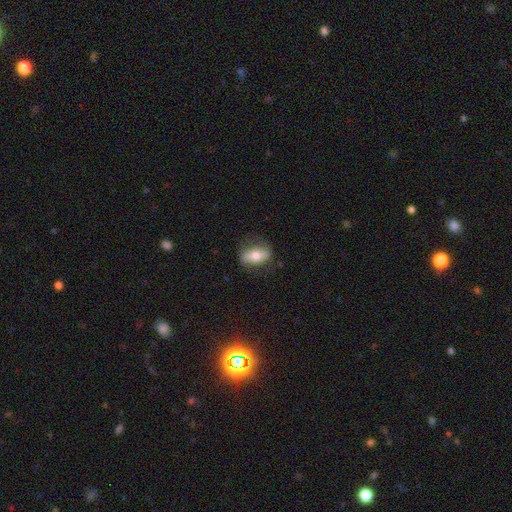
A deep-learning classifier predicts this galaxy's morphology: Q: Smooth or featured?
A: smooth (58%); runner-up: featured or disk (35%)
Q: How rounded?
A: in between (83%); runner-up: round (10%)
Q: Merging?
A: none (76%); runner-up: minor disturbance (17%)